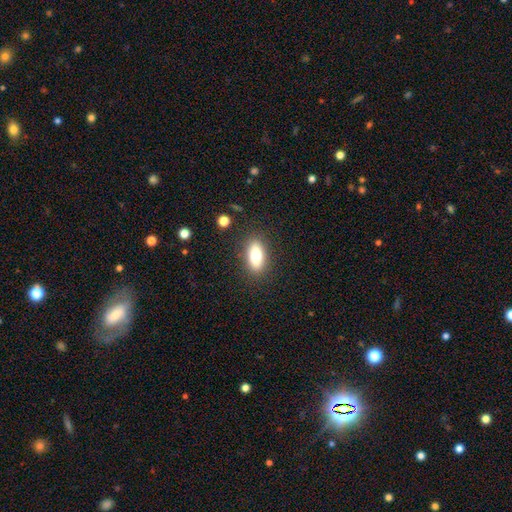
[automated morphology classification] Smooth or featured? Predicted: smooth (p=0.74). How rounded? Predicted: in between (p=0.81). Merging? Predicted: none (p=0.86).